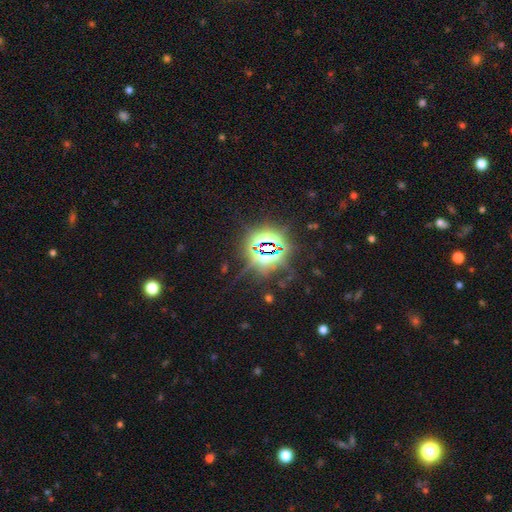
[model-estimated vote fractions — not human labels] Smooth or featured?
  - star or artifact: 83% *
  - smooth: 9%
  - featured or disk: 8%